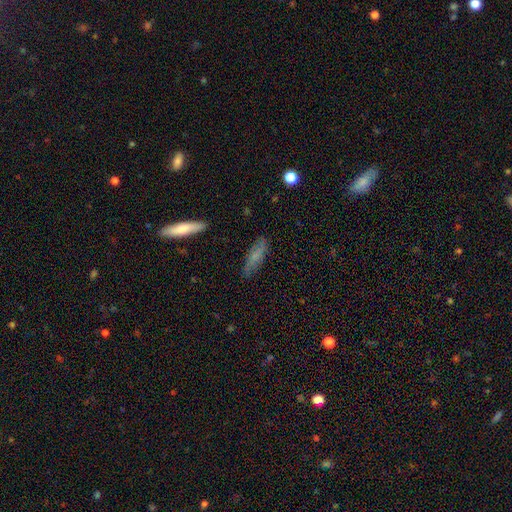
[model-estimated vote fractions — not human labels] A smooth galaxy with no disk features (62%) that is cigar-shaped (64%).

Vote fractions:
- Smooth or featured? smooth: 62% / featured or disk: 31% / star or artifact: 8%
- How rounded? cigar-shaped: 64% / in between: 34% / round: 2%
- Merging? none: 79% / minor disturbance: 16% / major disturbance: 3% / merger: 2%